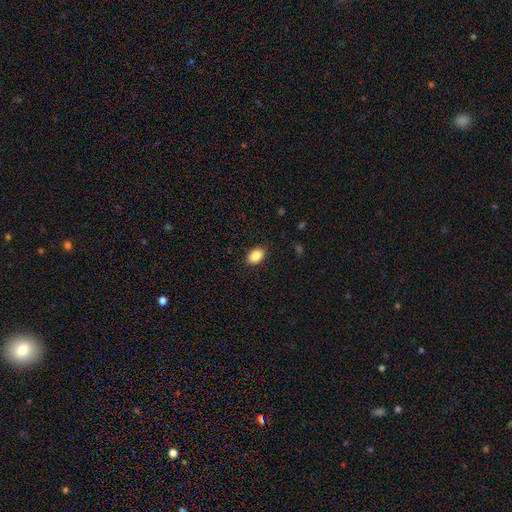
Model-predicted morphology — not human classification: Smooth or featured? Predicted: smooth (p=0.88). How rounded? Predicted: in between (p=0.83). Merging? Predicted: none (p=0.89).